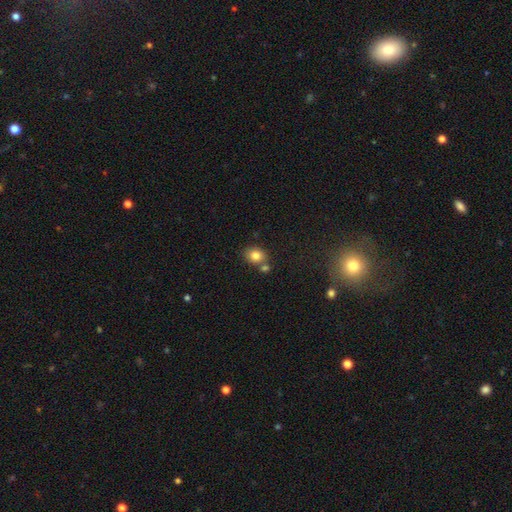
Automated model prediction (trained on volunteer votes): Smooth or featured: smooth — 81% (star or artifact — 10%)
How rounded: round — 57% (in between — 42%)
Merging: none — 63% (merger — 23%)